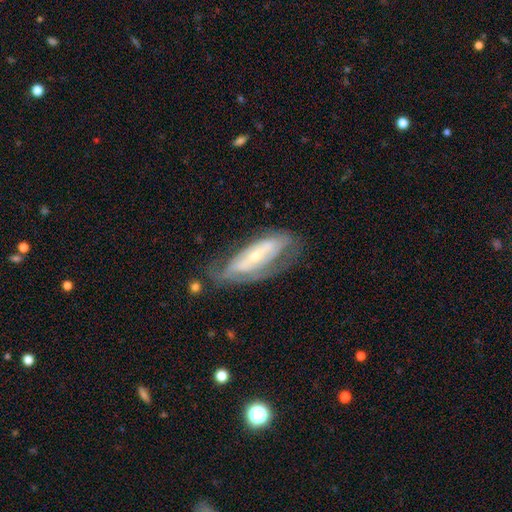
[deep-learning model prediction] This appears to be a featured or disk galaxy (69%) with no bar (40%), spiral arms (65%) and a small central bulge (66%). Merging: none (56%).